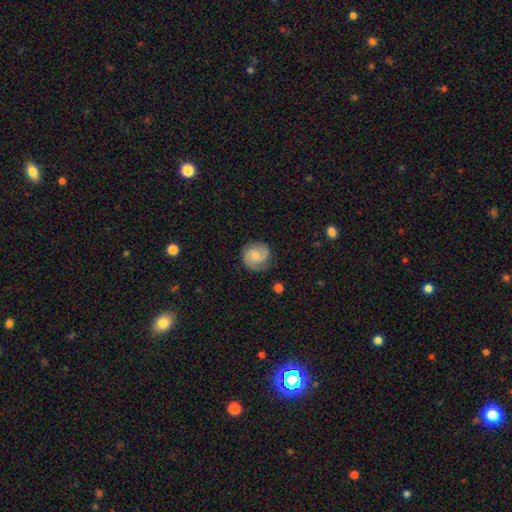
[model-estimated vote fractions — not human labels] Overall: featured or disk (74%). Edge-on disk: no (98%). Bar: no (60%; weak 35%). Spiral arms: yes (96%). Spiral arm count: 2 (88%). Spiral winding: medium (46%; tight 42%). Bulge size: small (48%; moderate 30%). Merging: none (82%).